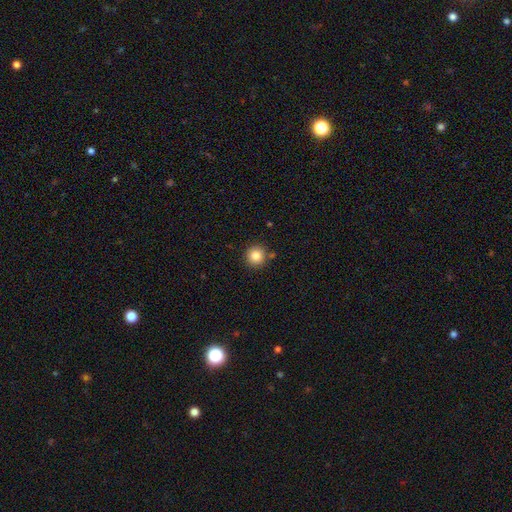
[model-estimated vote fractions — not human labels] smooth_or_featured: smooth (p=0.84) [alt: star or artifact p=0.10]
how_rounded: round (p=0.94) [alt: in between p=0.05]
merging: none (p=0.85) [alt: minor disturbance p=0.08]